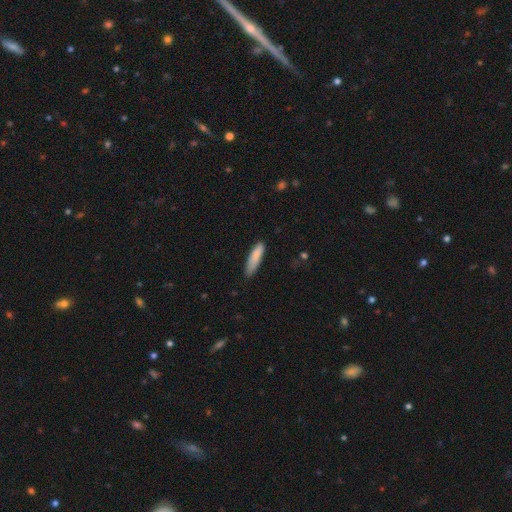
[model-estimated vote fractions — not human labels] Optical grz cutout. It shows a smooth galaxy with no disk features (85%) that is cigar-shaped (74%). Merging: none (73%).